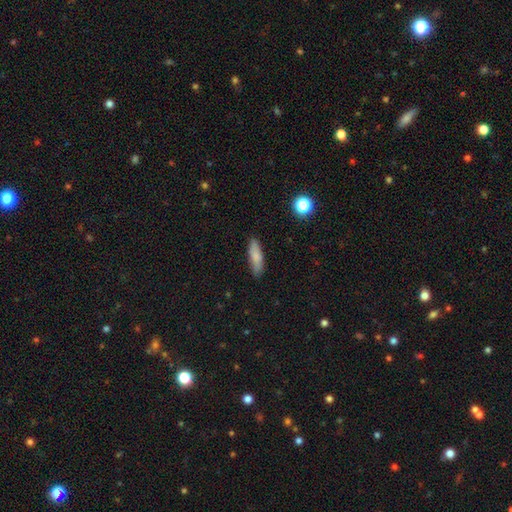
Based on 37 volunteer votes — Smooth or featured?
  - smooth: 86% *
  - featured or disk: 14%
  - star or artifact: 0%
How rounded?
  - cigar-shaped: 72% *
  - in between: 28%
  - round: 0%
Merging?
  - none: 95% *
  - minor disturbance: 3%
  - major disturbance: 3%
  - merger: 0%